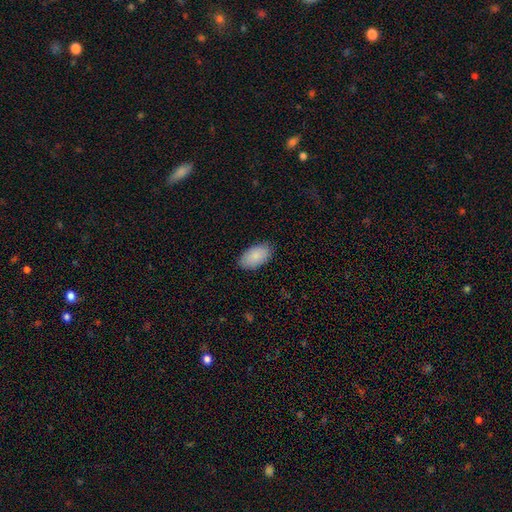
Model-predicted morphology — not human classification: type=smooth (88%); roundness=in between (95%); merging=none (85%).